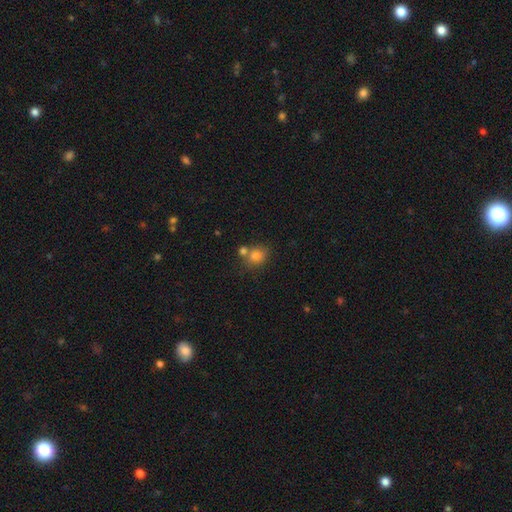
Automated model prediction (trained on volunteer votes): Smooth or featured? smooth (79%)
How rounded? round (75%)
Merging? none (55%)